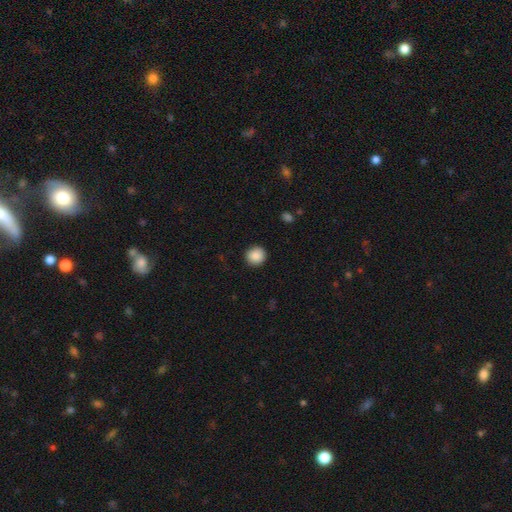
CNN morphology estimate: A smooth galaxy with no disk features (89%) that is round (92%).

Vote fractions:
- Smooth or featured? smooth: 89% / star or artifact: 8% / featured or disk: 3%
- How rounded? round: 92% / in between: 7% / cigar-shaped: 1%
- Merging? none: 91% / minor disturbance: 6% / major disturbance: 2% / merger: 1%